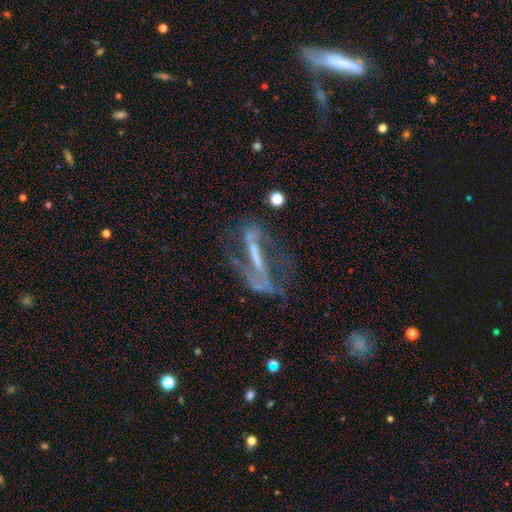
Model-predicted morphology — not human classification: A featured or disk galaxy (75%) with a strong bar (64%), spiral arms (68%) and no central bulge (44%). Merging: none (39%).